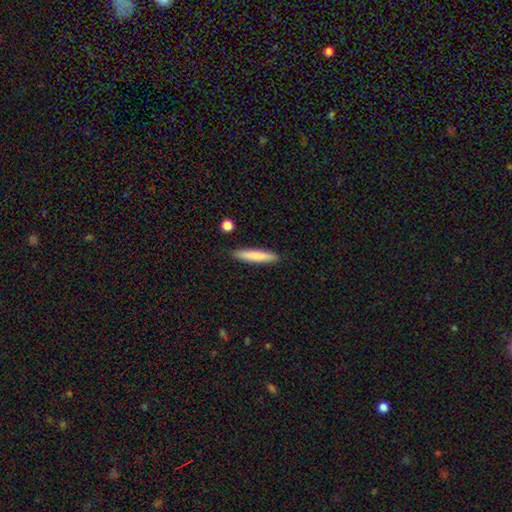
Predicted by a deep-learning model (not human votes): The model was most divided on "smooth or featured": smooth: 79%, featured or disk: 15%, star or artifact: 6%. More confident: how rounded — cigar-shaped (90%); merging — none (89%).